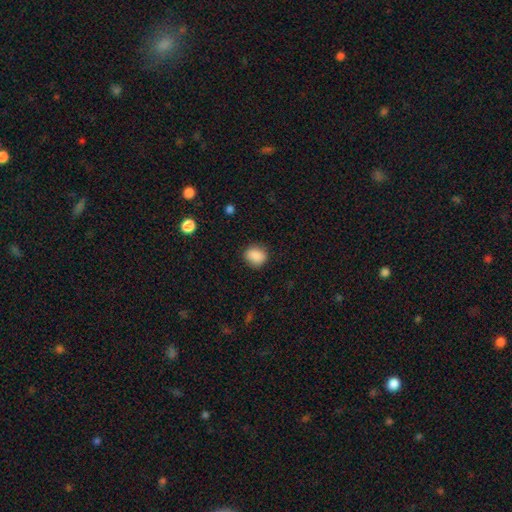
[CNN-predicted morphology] Smooth or featured: smooth — 88% (star or artifact — 9%)
How rounded: round — 64% (in between — 35%)
Merging: none — 85% (minor disturbance — 11%)